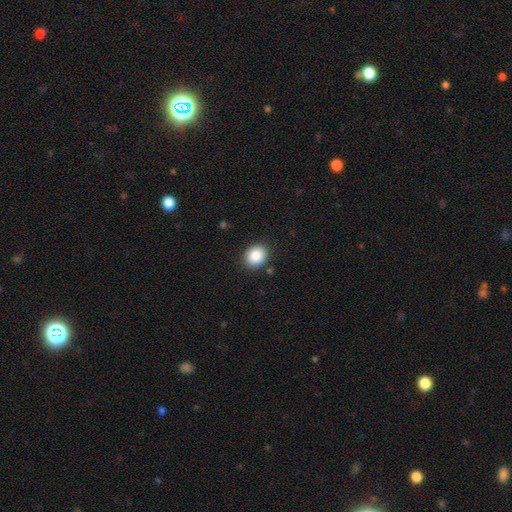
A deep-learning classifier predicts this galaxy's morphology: The model was most divided on "how rounded": round: 59%, in between: 40%, cigar-shaped: 1%. More confident: merging — none (88%); smooth or featured — smooth (88%).